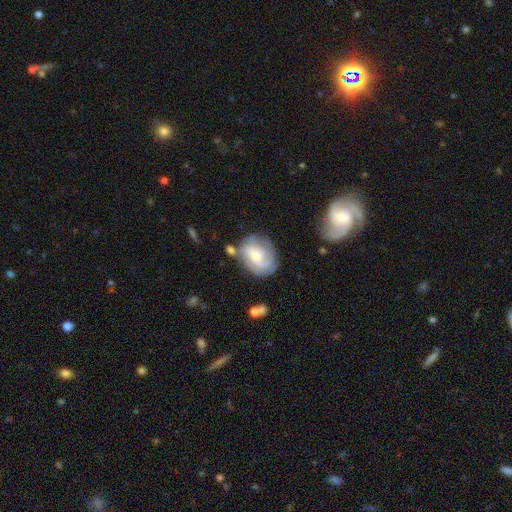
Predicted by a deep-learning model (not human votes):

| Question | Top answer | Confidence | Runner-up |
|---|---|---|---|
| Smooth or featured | featured or disk | 69% | smooth (24%) |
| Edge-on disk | no | 96% | yes (4%) |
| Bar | no | 50% | weak (39%) |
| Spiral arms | yes | 85% | no (15%) |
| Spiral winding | tight | 48% | medium (36%) |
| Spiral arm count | can't tell | 36% | 2 (30%) |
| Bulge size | small | 59% | moderate (36%) |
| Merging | none | 60% | minor disturbance (22%) |